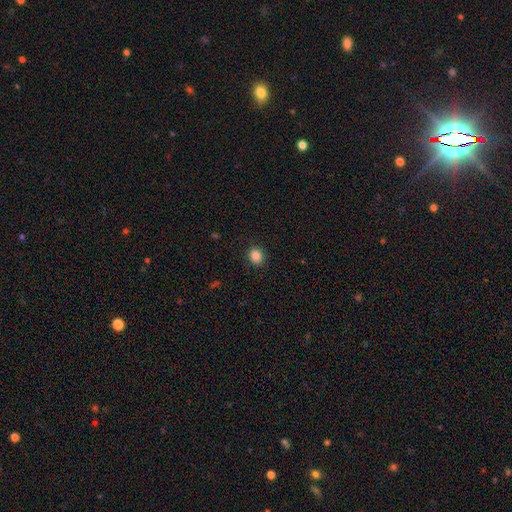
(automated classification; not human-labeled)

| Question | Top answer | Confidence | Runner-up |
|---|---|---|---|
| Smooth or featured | smooth | 86% | star or artifact (10%) |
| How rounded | round | 67% | in between (32%) |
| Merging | none | 90% | minor disturbance (7%) |